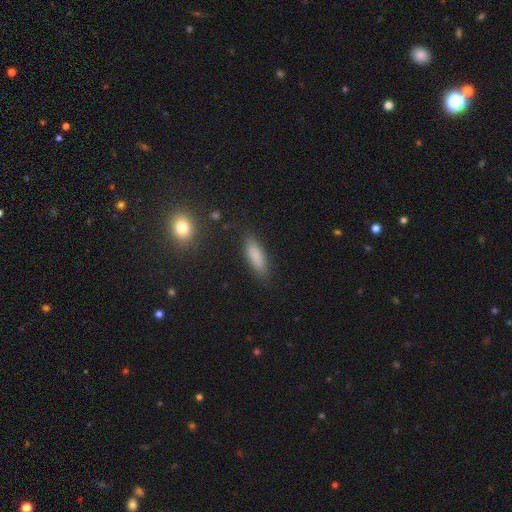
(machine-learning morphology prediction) Smooth or featured? smooth (85%)
How rounded? cigar-shaped (50%)
Merging? none (85%)